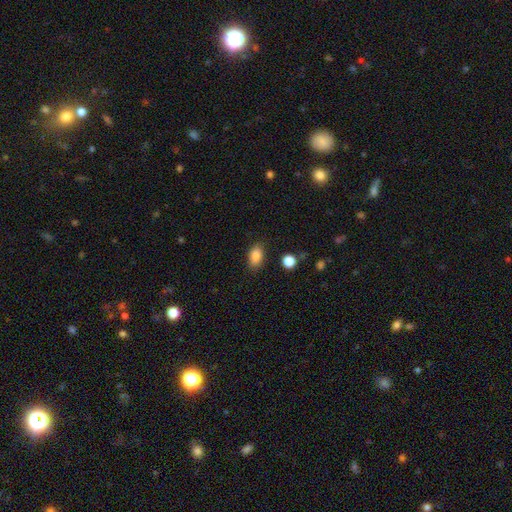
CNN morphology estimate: Q: Smooth or featured?
A: smooth (85%); runner-up: star or artifact (9%)
Q: How rounded?
A: in between (85%); runner-up: round (12%)
Q: Merging?
A: none (82%); runner-up: minor disturbance (13%)